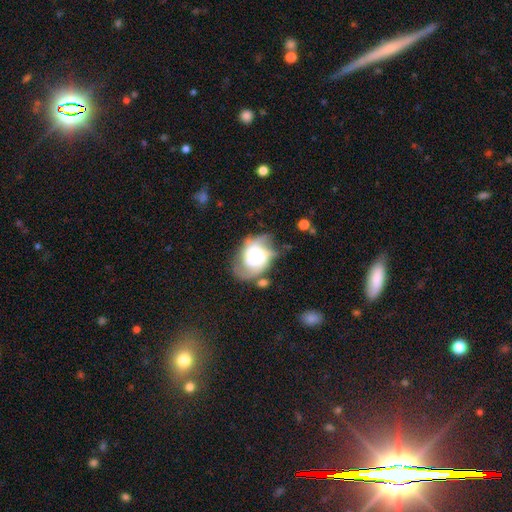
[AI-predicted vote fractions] smooth_or_featured: featured or disk (p=0.59) [alt: smooth p=0.33]
disk_edge_on: no (p=0.96) [alt: yes p=0.04]
bar: no (p=0.71) [alt: weak p=0.23]
has_spiral_arms: yes (p=0.74) [alt: no p=0.26]
bulge_size: moderate (p=0.38) [alt: large p=0.30]
merging: none (p=0.41) [alt: minor disturbance p=0.27]